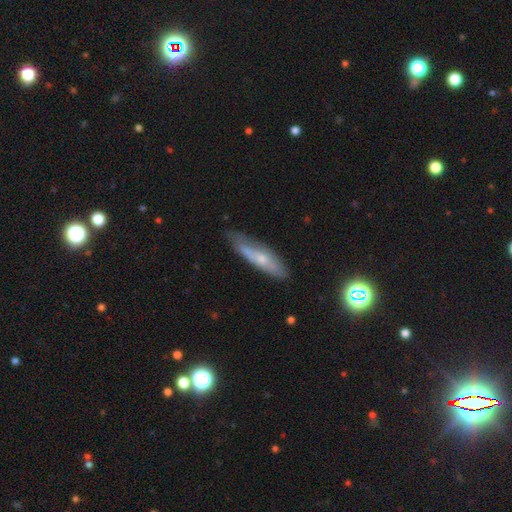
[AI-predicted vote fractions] A featured or disk galaxy (49%).

Vote fractions:
- Smooth or featured? featured or disk: 49% / smooth: 41% / star or artifact: 10%
- Merging? none: 71% / minor disturbance: 22% / major disturbance: 5% / merger: 2%